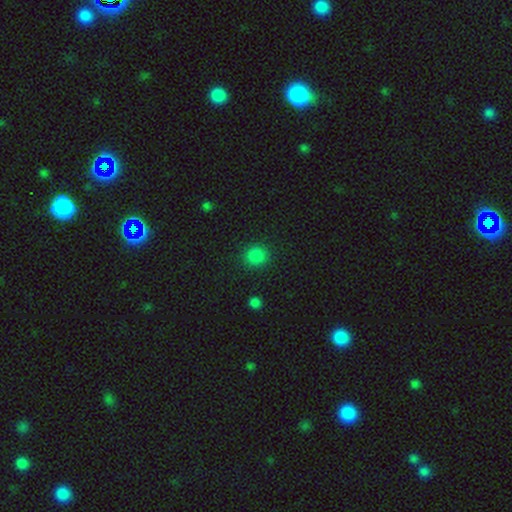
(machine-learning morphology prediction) smooth 85%, star or artifact 12%, featured or disk 3%. Down the decision tree: how rounded — round (87%); merging — none (89%).